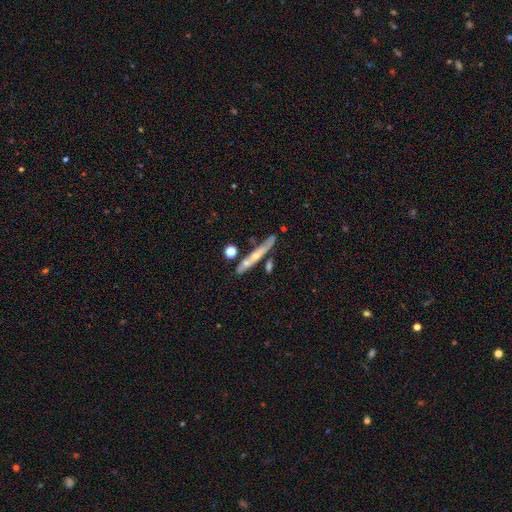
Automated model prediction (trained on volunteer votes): smooth-or-featured: featured or disk: 59% | smooth: 33% | star or artifact: 8%
  disk-edge-on: yes: 85% | no: 15%
  merging: none: 67% | minor disturbance: 16% | merger: 11% | major disturbance: 6%